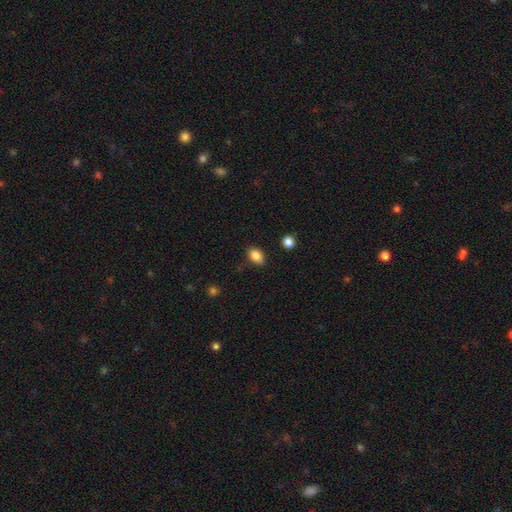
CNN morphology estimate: Smooth or featured: smooth — 86% (star or artifact — 9%)
How rounded: in between — 80% (round — 18%)
Merging: none — 75% (minor disturbance — 19%)